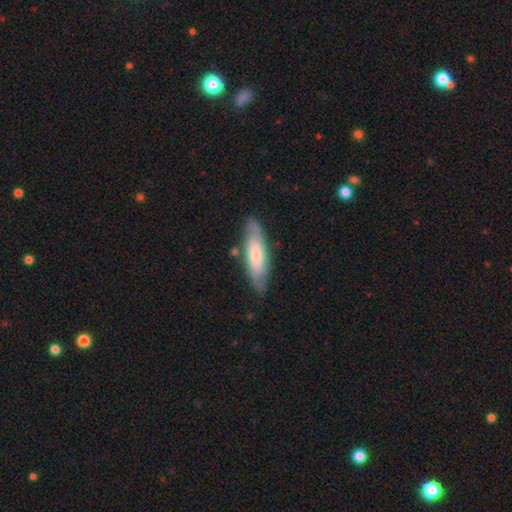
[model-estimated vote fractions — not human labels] smooth 55%, featured or disk 39%, star or artifact 5%. Down the decision tree: how rounded — cigar-shaped (56%); merging — none (79%).